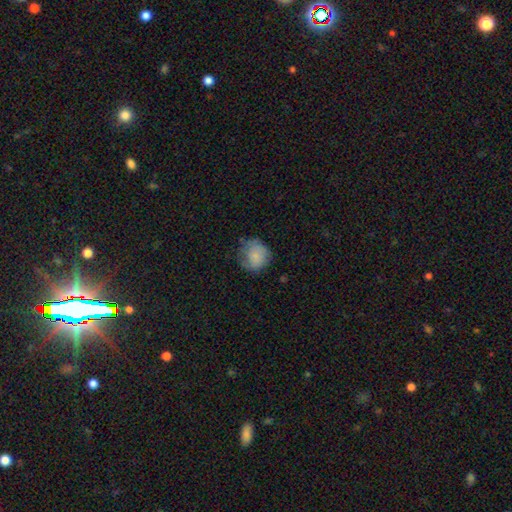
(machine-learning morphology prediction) The model was most divided on "merging": none: 61%, minor disturbance: 26%, major disturbance: 11%, merger: 1%. More confident: how rounded — round (85%); smooth or featured — smooth (70%).